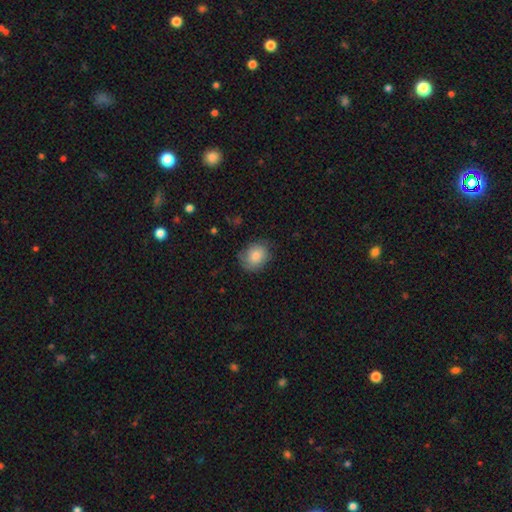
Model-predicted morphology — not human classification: Smooth or featured: smooth — 80% (featured or disk — 12%)
How rounded: round — 57% (in between — 42%)
Merging: none — 71% (minor disturbance — 22%)